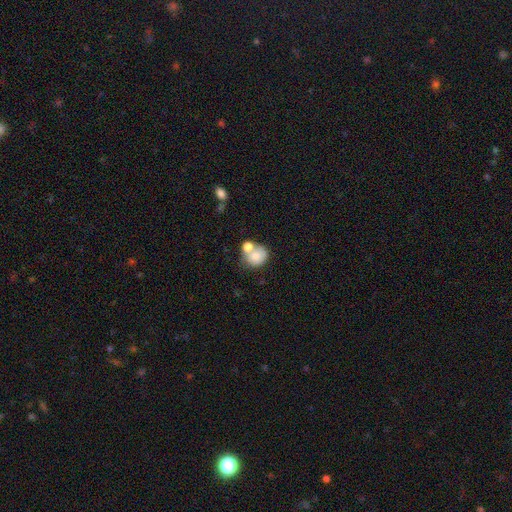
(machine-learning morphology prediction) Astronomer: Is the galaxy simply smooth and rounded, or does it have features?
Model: smooth — 76%.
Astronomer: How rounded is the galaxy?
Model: round — 72%.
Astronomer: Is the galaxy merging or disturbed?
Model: merger — 40% (runner-up: none, 39%).